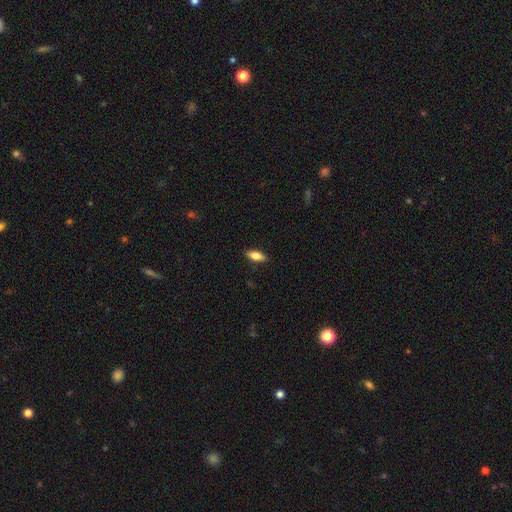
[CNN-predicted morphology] smooth-or-featured: smooth: 73% | featured or disk: 21% | star or artifact: 7%
  how-rounded: in between: 79% | cigar-shaped: 18% | round: 3%
  merging: none: 88% | minor disturbance: 9% | major disturbance: 2% | merger: 1%